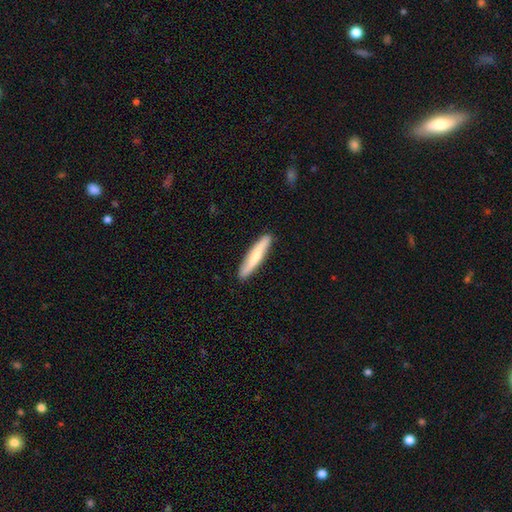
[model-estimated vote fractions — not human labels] This is possibly a smooth galaxy (59%). How rounded: clearly cigar-shaped (90%). Merging: clearly none (88%).